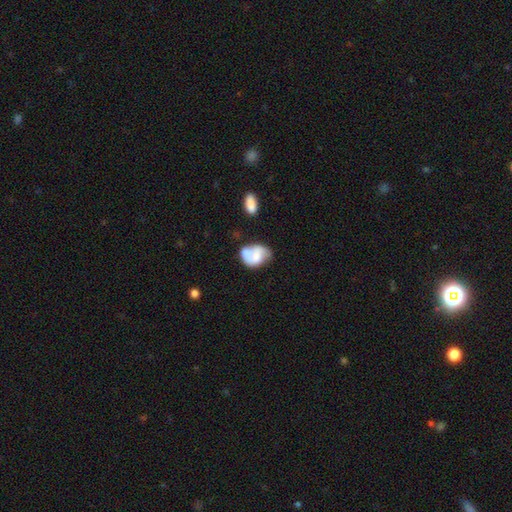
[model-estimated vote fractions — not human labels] A smooth galaxy with no disk features (53%) that is in between round and cigar-shaped (74%). Merging: merger (38%).